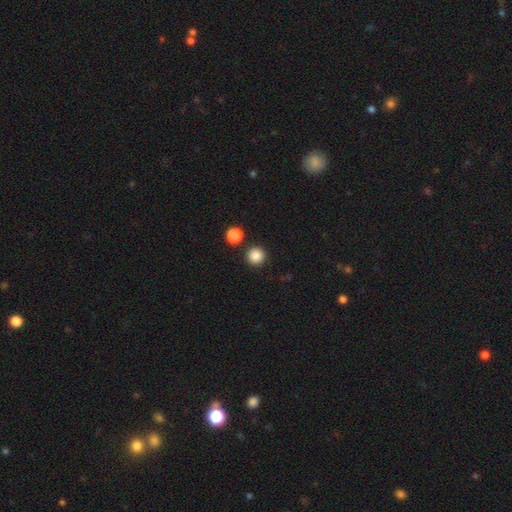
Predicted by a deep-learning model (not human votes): Morphology: type=smooth (86%); roundness=round (95%); merging=none (89%).